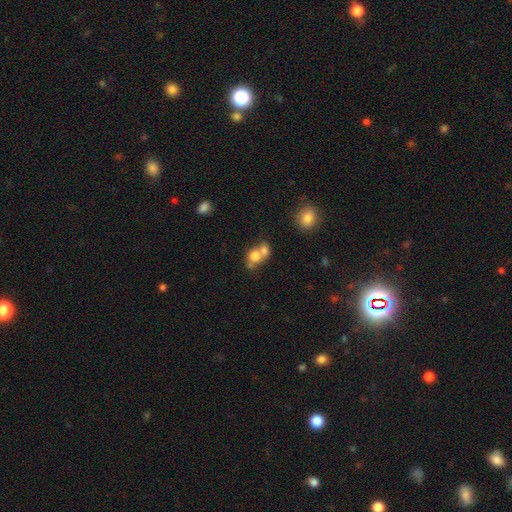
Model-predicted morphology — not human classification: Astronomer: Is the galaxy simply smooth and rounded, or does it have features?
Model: smooth — 73%.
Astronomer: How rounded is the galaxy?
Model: round — 62%.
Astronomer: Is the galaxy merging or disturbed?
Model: merger — 64%.